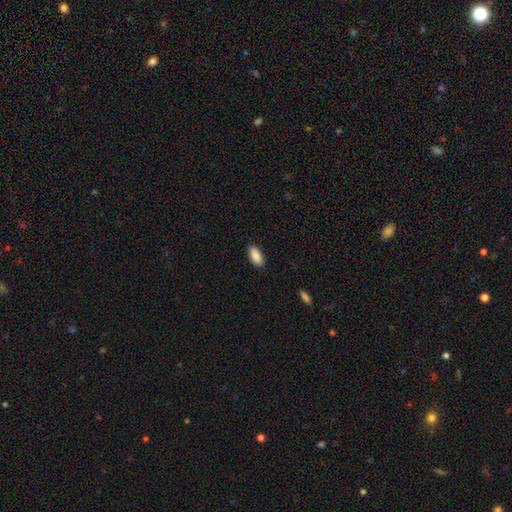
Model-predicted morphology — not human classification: type=smooth (89%); roundness=in between (89%); merging=none (88%).